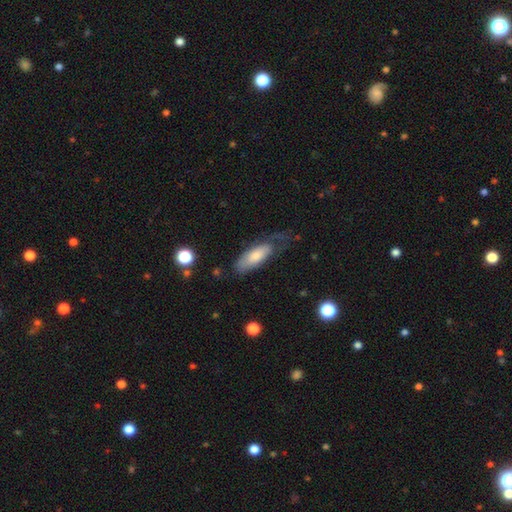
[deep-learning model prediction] smooth 70%, featured or disk 24%, star or artifact 6%. Down the decision tree: how rounded — in between (74%); merging — none (42%).